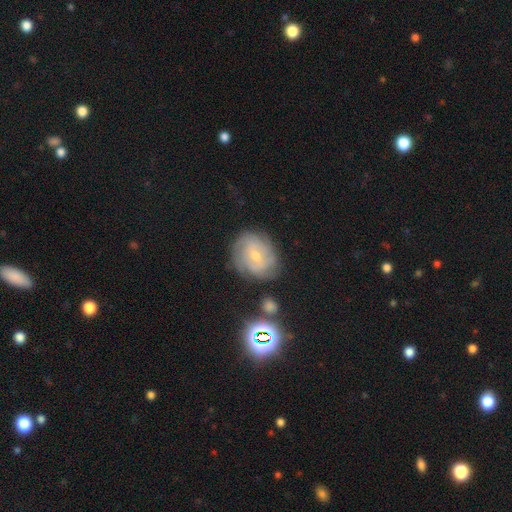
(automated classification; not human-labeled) Smooth or featured? Predicted: featured or disk (p=0.68). Edge-on disk? Predicted: no (p=0.97). Bar? Predicted: weak (p=0.47). Spiral arms? Predicted: yes (p=0.88). Spiral winding? Predicted: tight (p=0.63). Spiral arm count? Predicted: can't tell (p=0.46). Bulge size? Predicted: small (p=0.57). Merging? Predicted: none (p=0.69).